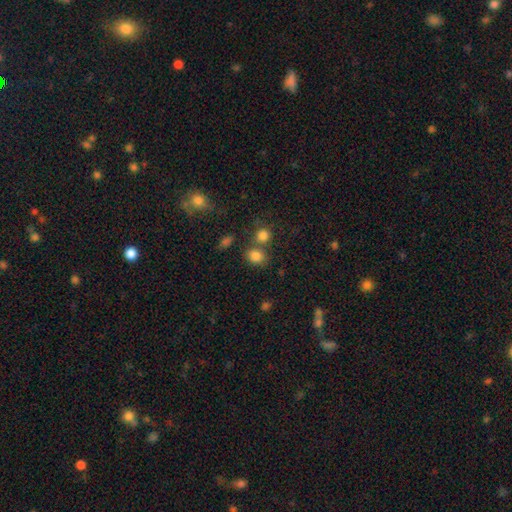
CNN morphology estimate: This is clearly a smooth galaxy (82%). How rounded: possibly round (59%). Merging: likely none (61%).